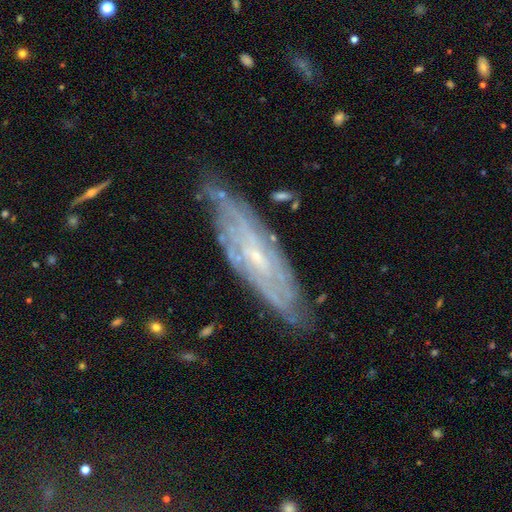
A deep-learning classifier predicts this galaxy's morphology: Overall: featured or disk (81%). Edge-on disk: no (74%). Bar: no (53%; weak 35%). Spiral arms: yes (91%). Spiral arm count: can't tell (52%; 2 15%). Spiral winding: tight (65%; medium 27%). Bulge size: small (79%). Merging: none (72%).